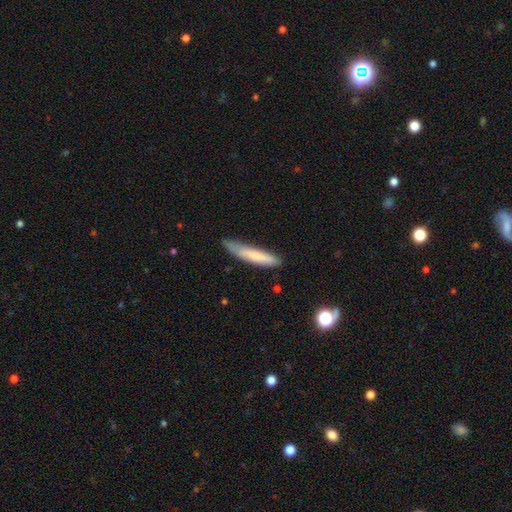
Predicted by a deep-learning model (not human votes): smooth_or_featured: smooth (p=0.71) [alt: featured or disk p=0.23]
how_rounded: cigar-shaped (p=0.89) [alt: in between p=0.10]
merging: none (p=0.65) [alt: minor disturbance p=0.27]